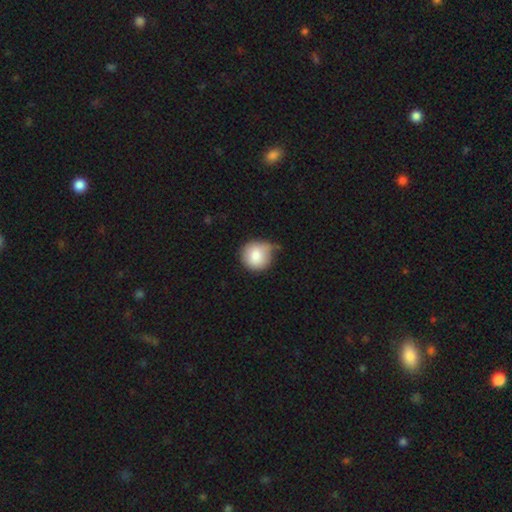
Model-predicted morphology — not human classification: The model was most divided on "merging": none: 55%, minor disturbance: 32%, major disturbance: 7%, merger: 6%. More confident: how rounded — round (92%); smooth or featured — smooth (85%).